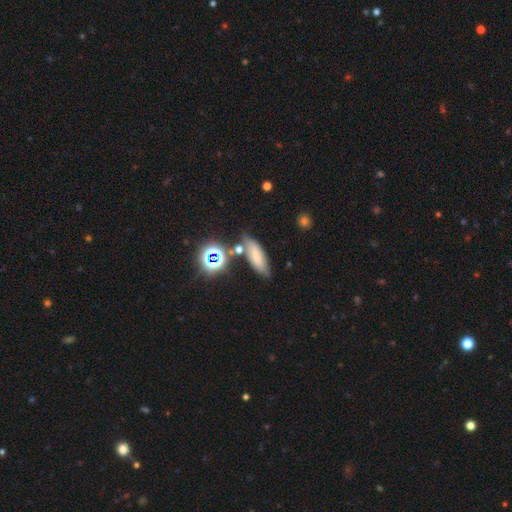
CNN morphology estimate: Smooth or featured: smooth — 67% (featured or disk — 17%)
How rounded: in between — 60% (cigar-shaped — 34%)
Merging: none — 68% (minor disturbance — 17%)